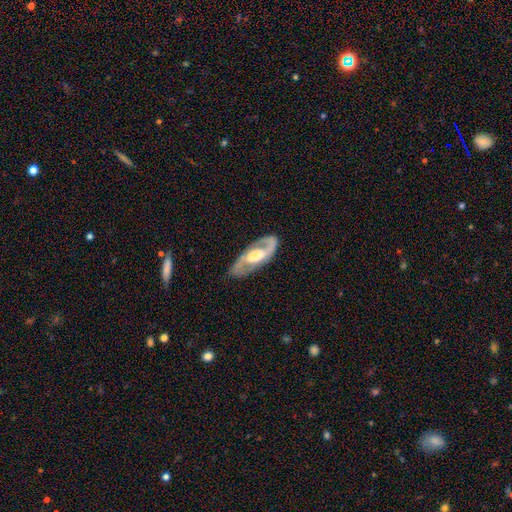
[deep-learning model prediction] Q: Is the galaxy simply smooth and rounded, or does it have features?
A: featured or disk — 82%.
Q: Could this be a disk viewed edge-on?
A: no — 90%.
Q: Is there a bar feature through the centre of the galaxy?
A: no — 44%.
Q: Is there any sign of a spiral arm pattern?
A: yes — 85%.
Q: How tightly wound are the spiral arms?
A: medium — 52%.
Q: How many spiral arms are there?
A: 2 — 87%.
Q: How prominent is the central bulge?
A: large — 49%.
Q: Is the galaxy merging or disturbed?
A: none — 82%.